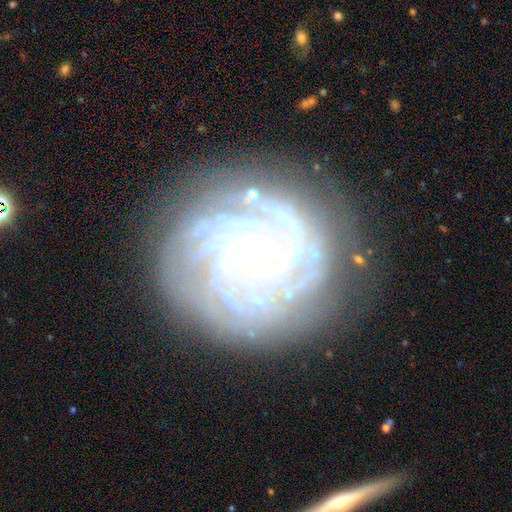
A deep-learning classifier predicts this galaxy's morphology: Smooth or featured: featured or disk — 86% (star or artifact — 7%)
Edge-on disk: no — 97% (yes — 3%)
Bar: no — 70% (weak — 21%)
Spiral arms: yes — 96% (no — 4%)
Spiral winding: tight — 82% (medium — 15%)
Spiral arm count: more than 4 — 29% (can't tell — 25%)
Bulge size: small — 54% (moderate — 40%)
Merging: none — 80% (minor disturbance — 13%)